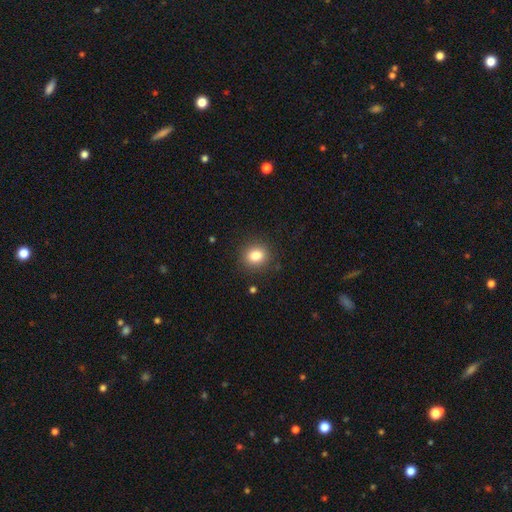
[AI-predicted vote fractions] Smooth or featured? Predicted: smooth (p=0.83). How rounded? Predicted: round (p=0.76). Merging? Predicted: none (p=0.88).